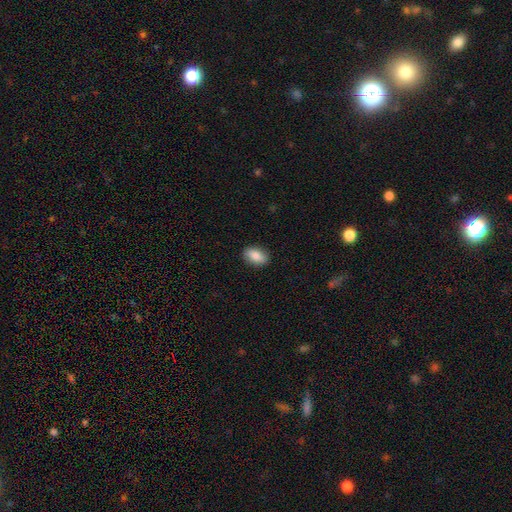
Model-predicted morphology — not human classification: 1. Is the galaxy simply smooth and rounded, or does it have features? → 83% smooth, 10% featured or disk, 7% star or artifact.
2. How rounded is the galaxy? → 89% in between, 8% round, 3% cigar-shaped.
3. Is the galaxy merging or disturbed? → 88% none, 9% minor disturbance, 2% major disturbance, 1% merger.